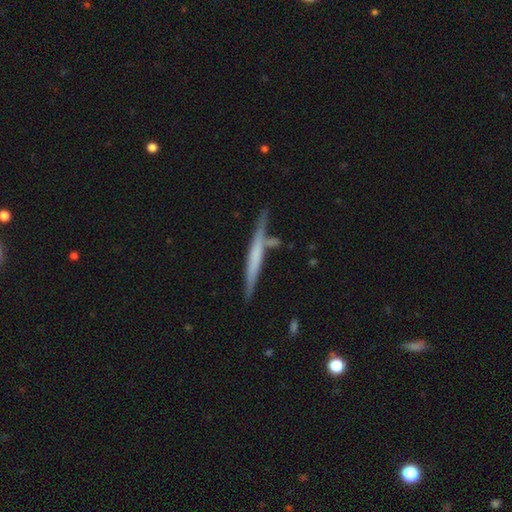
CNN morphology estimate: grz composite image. It shows a featured or disk galaxy (52%) viewed edge-on (95%). Merging: none (71%).